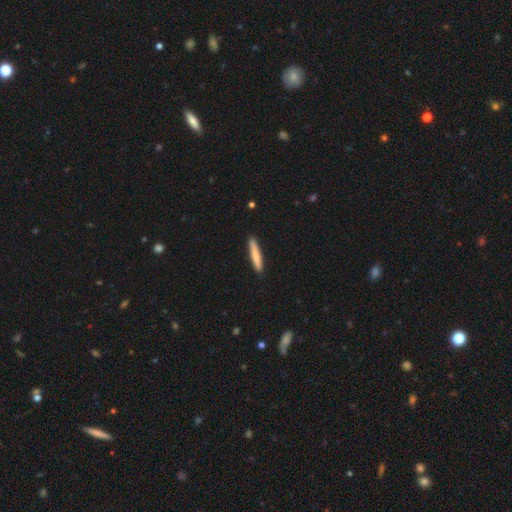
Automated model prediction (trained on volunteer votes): smooth 76%, featured or disk 19%, star or artifact 5%. Down the decision tree: how rounded — cigar-shaped (94%); merging — none (90%).